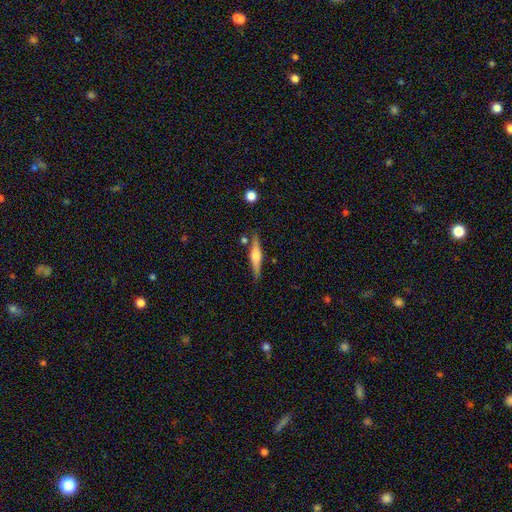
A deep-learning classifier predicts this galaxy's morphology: Overall: featured or disk (56%; smooth 38%). Edge-on disk: yes (96%). Edge-on bulge: rounded (81%). Merging: none (81%).